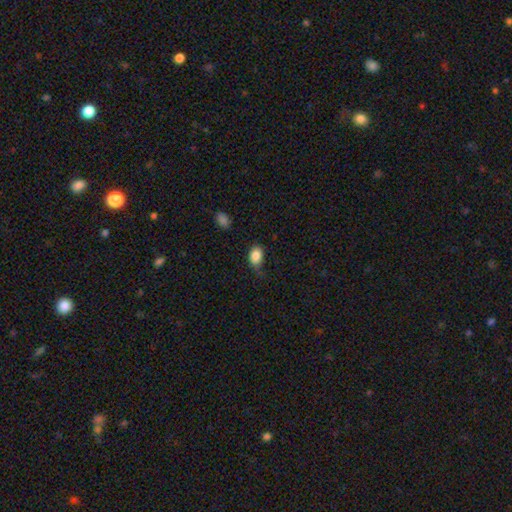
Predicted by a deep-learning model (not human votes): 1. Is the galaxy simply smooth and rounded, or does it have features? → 86% smooth, 8% star or artifact, 5% featured or disk.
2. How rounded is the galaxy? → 76% in between, 23% round, 1% cigar-shaped.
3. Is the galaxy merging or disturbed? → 55% none, 33% minor disturbance, 10% major disturbance, 2% merger.